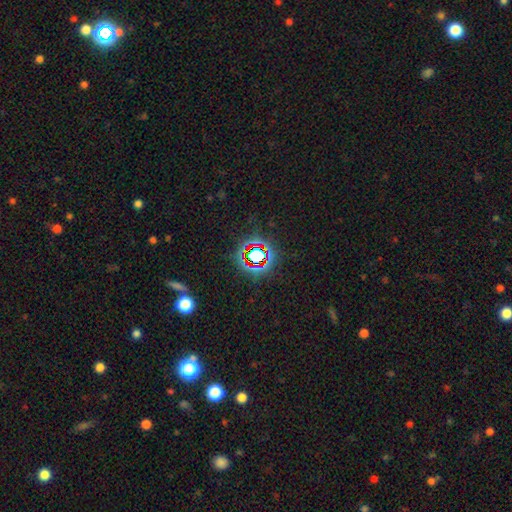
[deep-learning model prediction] Smooth or featured? Predicted: star or artifact (p=0.73).